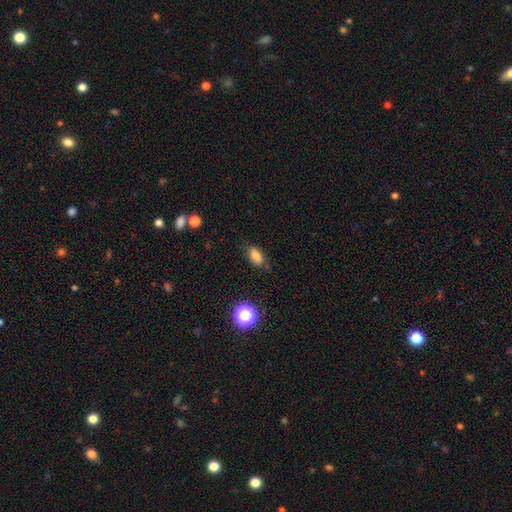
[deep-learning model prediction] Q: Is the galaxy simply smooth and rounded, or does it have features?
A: smooth — 80%.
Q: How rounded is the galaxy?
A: in between — 86%.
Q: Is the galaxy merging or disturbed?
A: none — 78%.